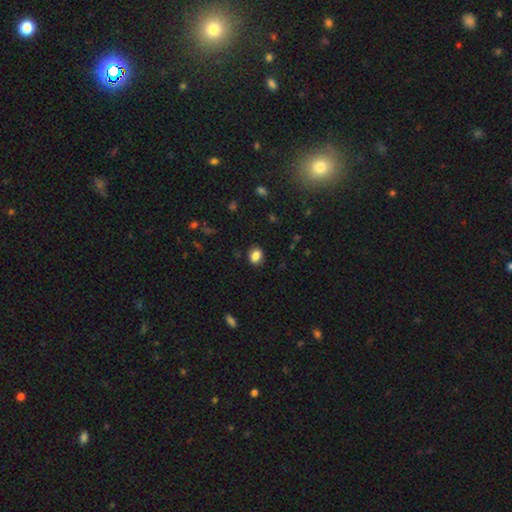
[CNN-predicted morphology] Smooth or featured?
  - smooth: 85% *
  - star or artifact: 10%
  - featured or disk: 5%
How rounded?
  - in between: 54% *
  - round: 45%
  - cigar-shaped: 1%
Merging?
  - none: 86% *
  - minor disturbance: 10%
  - major disturbance: 3%
  - merger: 1%